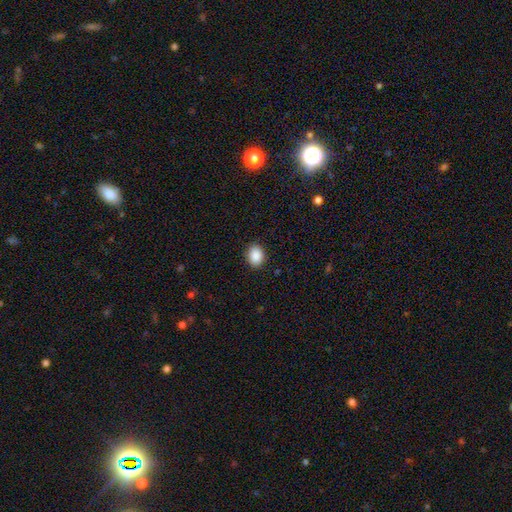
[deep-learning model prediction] Smooth or featured: smooth — 89% (star or artifact — 8%)
How rounded: in between — 66% (round — 33%)
Merging: none — 89% (minor disturbance — 8%)